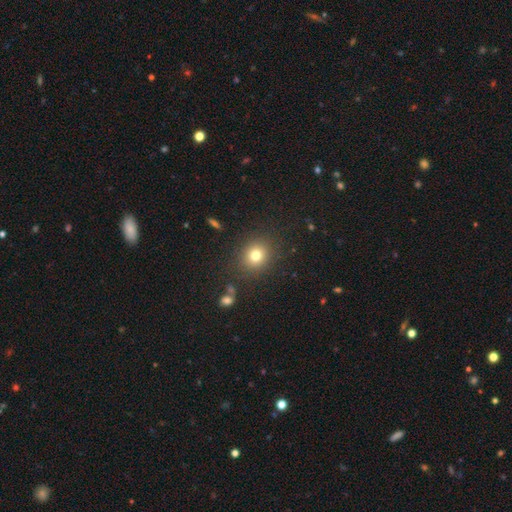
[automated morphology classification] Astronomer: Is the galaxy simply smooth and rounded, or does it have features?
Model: smooth — 78%.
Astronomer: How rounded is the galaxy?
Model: round — 78%.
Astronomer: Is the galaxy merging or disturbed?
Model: none — 86%.